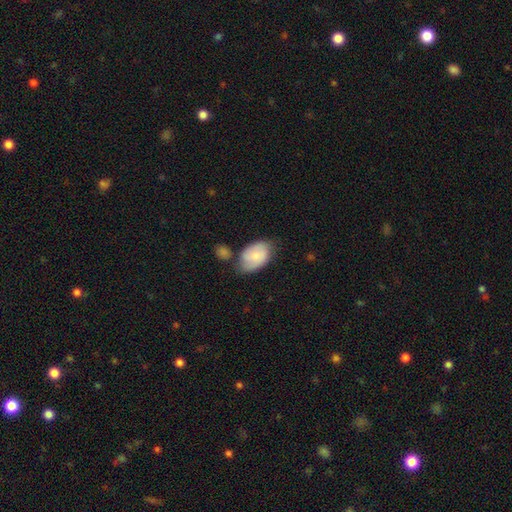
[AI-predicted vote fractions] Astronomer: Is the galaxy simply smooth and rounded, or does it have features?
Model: smooth — 64%.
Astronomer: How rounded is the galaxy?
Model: in between — 89%.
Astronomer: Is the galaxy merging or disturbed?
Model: none — 52% (runner-up: minor disturbance, 27%).